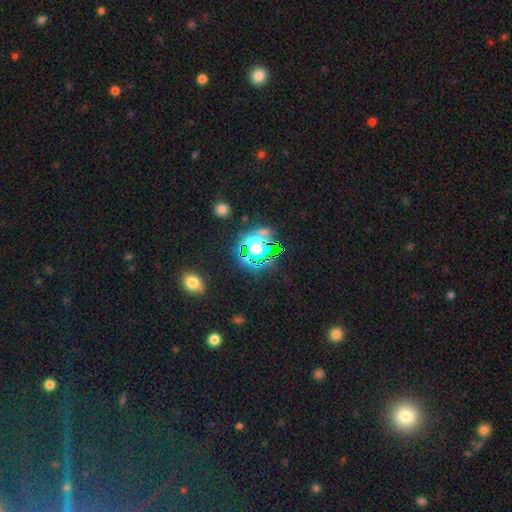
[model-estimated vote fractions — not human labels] The model was most divided on "smooth or featured": star or artifact: 67%, smooth: 22%, featured or disk: 11%.